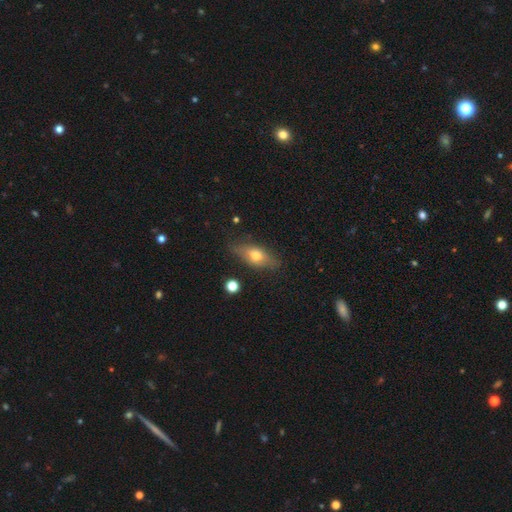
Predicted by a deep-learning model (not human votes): This is likely a smooth galaxy (60%). How rounded: likely in between (73%). Merging: likely none (76%).